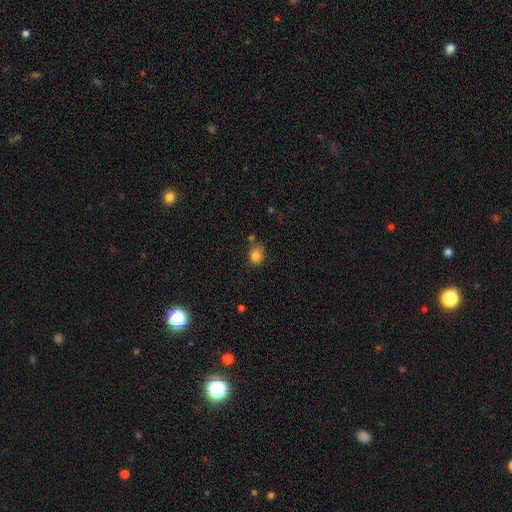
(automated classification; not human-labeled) This appears to be a smooth galaxy with no disk features (83%) that is round (63%). Merging: none (62%).